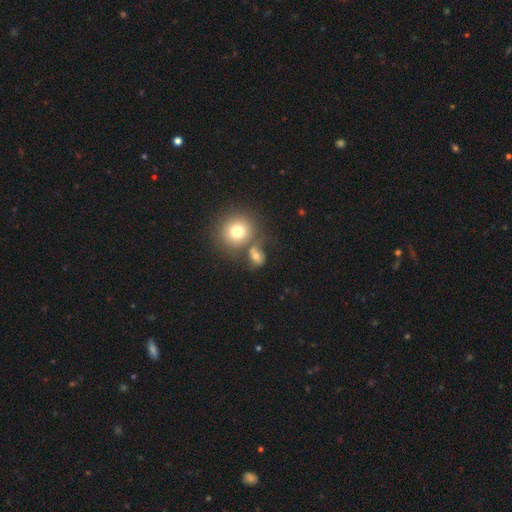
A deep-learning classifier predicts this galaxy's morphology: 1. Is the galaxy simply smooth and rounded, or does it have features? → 64% smooth, 21% featured or disk, 15% star or artifact.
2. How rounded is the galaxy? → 65% round, 34% in between, 2% cigar-shaped.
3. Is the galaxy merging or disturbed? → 47% none, 29% merger, 14% minor disturbance, 9% major disturbance.